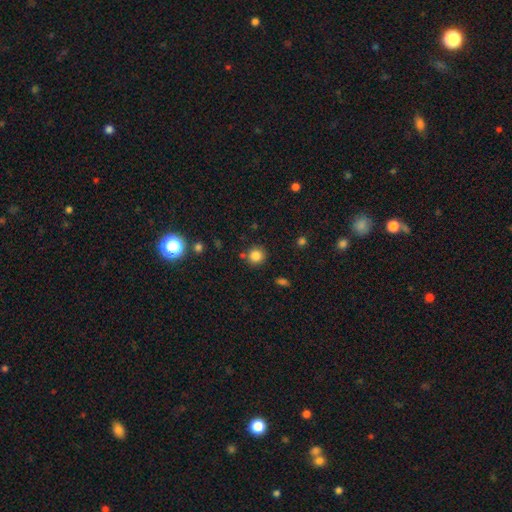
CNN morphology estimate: This appears to be a smooth galaxy with no disk features (82%) that is round (92%). Merging: none (81%).